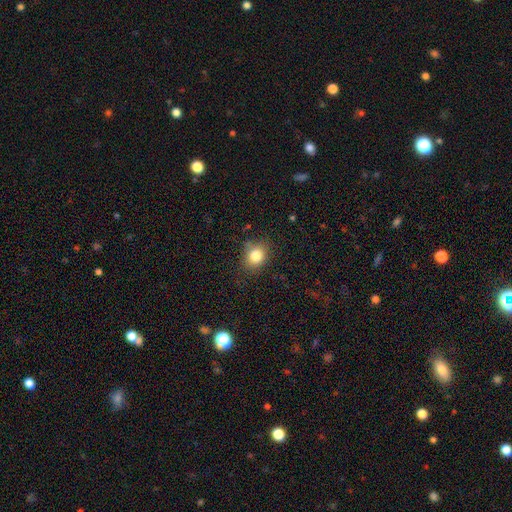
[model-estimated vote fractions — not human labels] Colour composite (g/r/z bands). It shows a smooth galaxy with no disk features (81%) that is round (64%). Merging: none (76%).